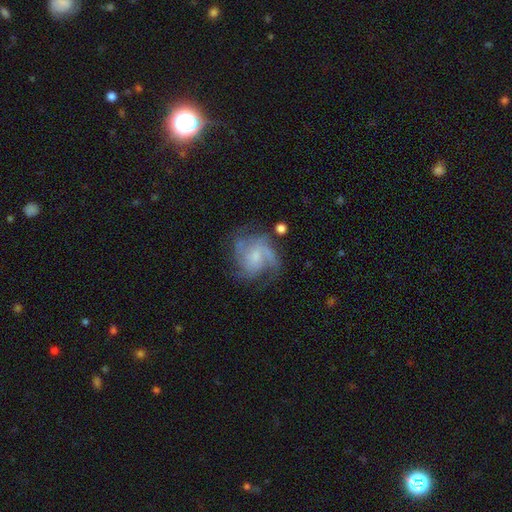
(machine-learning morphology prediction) Smooth or featured?
  - featured or disk: 78% *
  - smooth: 15%
  - star or artifact: 7%
Edge-on disk?
  - no: 98% *
  - yes: 2%
Bar?
  - no: 62% *
  - weak: 33%
  - strong: 5%
Spiral arms?
  - yes: 92% *
  - no: 8%
Spiral winding?
  - medium: 47% *
  - tight: 32%
  - loose: 21%
Spiral arm count?
  - 3: 35% *
  - can't tell: 23%
  - 2: 21%
  - 4: 9%
  - 1: 7%
  - more than 4: 5%
Bulge size?
  - small: 54% *
  - moderate: 29%
  - none: 13%
  - large: 3%
  - dominant: 1%
Merging?
  - none: 56% *
  - minor disturbance: 21%
  - major disturbance: 20%
  - merger: 4%